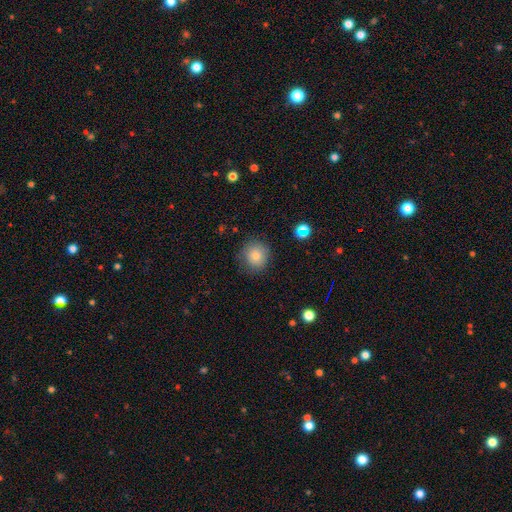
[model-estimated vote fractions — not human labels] smooth-or-featured: smooth: 80% | star or artifact: 11% | featured or disk: 9%
  how-rounded: round: 89% | in between: 10% | cigar-shaped: 1%
  merging: none: 81% | minor disturbance: 13% | major disturbance: 4% | merger: 2%